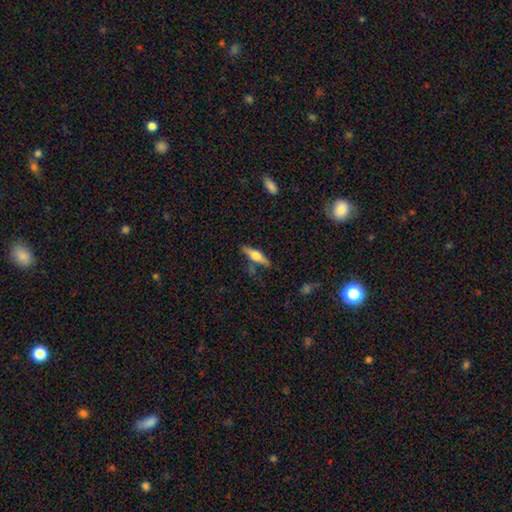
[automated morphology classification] Smooth or featured? Predicted: featured or disk (p=0.56). Edge-on disk? Predicted: yes (p=0.95). Edge-on bulge? Predicted: rounded (p=0.92). Merging? Predicted: none (p=0.79).